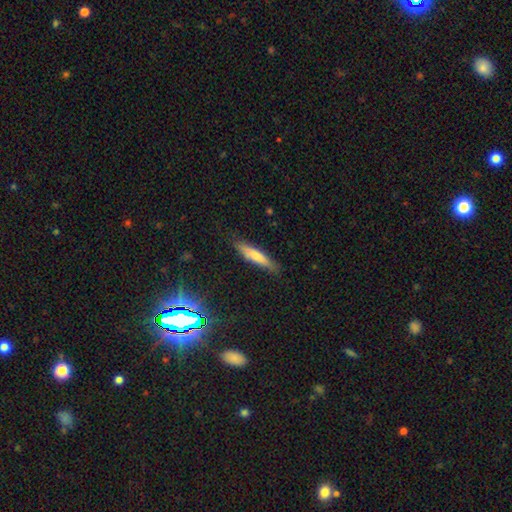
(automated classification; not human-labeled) smooth 69%, featured or disk 24%, star or artifact 7%. Down the decision tree: how rounded — cigar-shaped (83%); merging — none (83%).